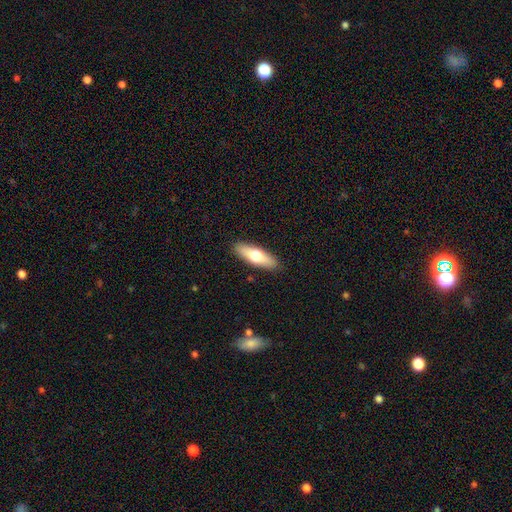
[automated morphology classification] smooth-or-featured: smooth: 61% | featured or disk: 33% | star or artifact: 6%
  how-rounded: cigar-shaped: 50% | in between: 47% | round: 2%
  merging: none: 90% | minor disturbance: 7% | major disturbance: 2% | merger: 1%